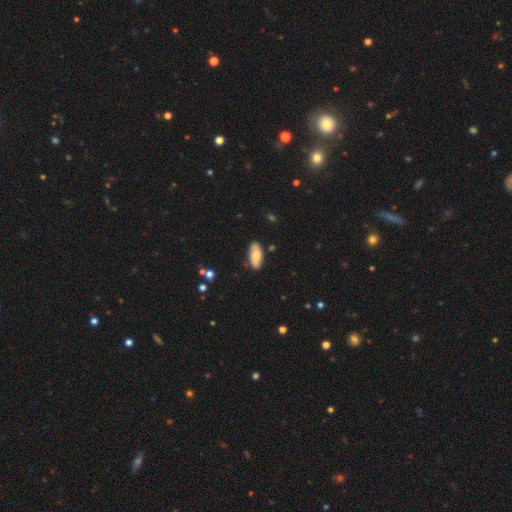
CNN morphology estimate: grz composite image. It shows a smooth galaxy with no disk features (64%) that is in between round and cigar-shaped (88%). Merging: none (83%).